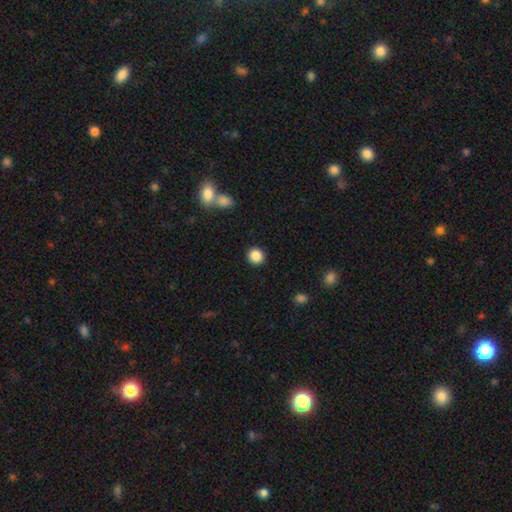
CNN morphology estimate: Overall: smooth (87%). How rounded: round (89%). Merging: none (90%).